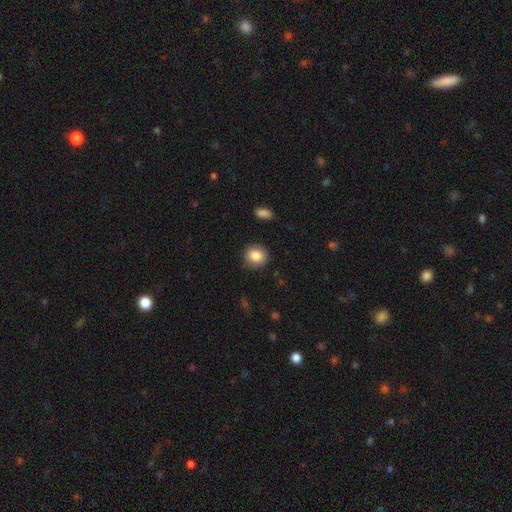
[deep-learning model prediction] A smooth galaxy with no disk features (86%) that is round (81%).

Vote fractions:
- Smooth or featured? smooth: 86% / star or artifact: 8% / featured or disk: 6%
- How rounded? round: 81% / in between: 18% / cigar-shaped: 1%
- Merging? none: 86% / minor disturbance: 10% / major disturbance: 3% / merger: 1%